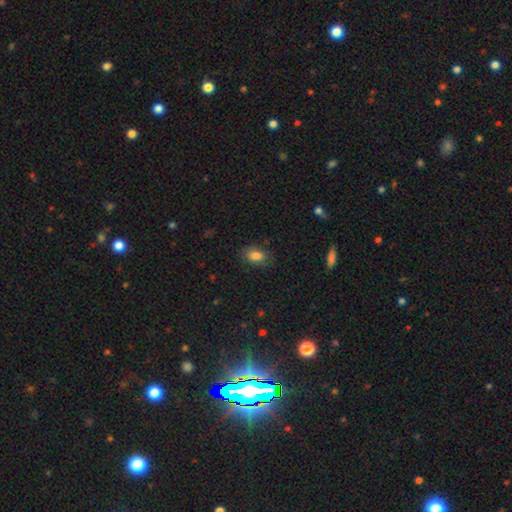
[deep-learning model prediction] This is likely a smooth galaxy (79%). How rounded: clearly in between (88%). Merging: clearly none (81%).